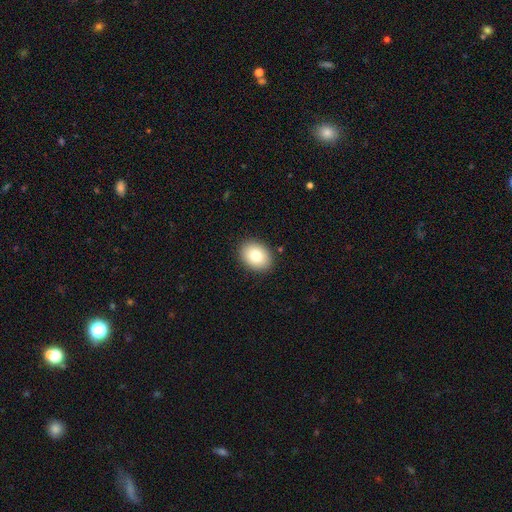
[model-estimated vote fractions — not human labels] Smooth or featured? Predicted: smooth (p=0.82). How rounded? Predicted: in between (p=0.65). Merging? Predicted: none (p=0.89).